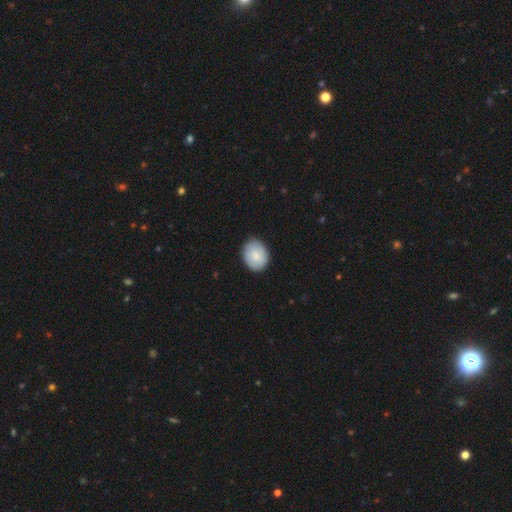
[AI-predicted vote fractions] A smooth galaxy with no disk features (83%) that is round (53%). Merging: none (83%).